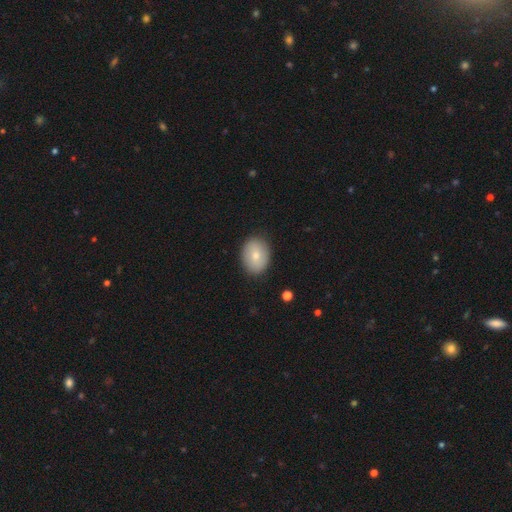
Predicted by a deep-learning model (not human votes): Smooth or featured? smooth (76%)
How rounded? in between (64%)
Merging? none (87%)